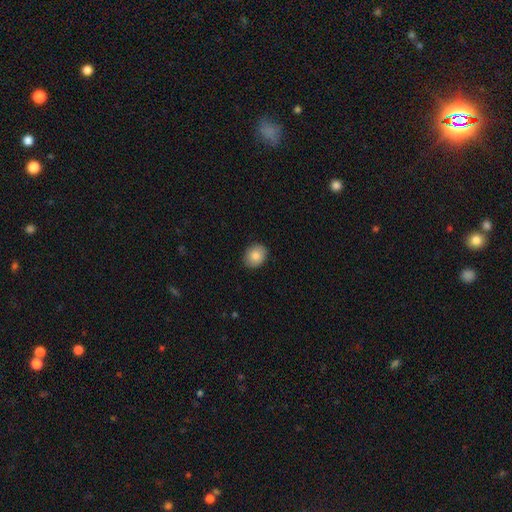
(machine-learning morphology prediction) A smooth galaxy with no disk features (85%) that is round (58%). Merging: none (89%).